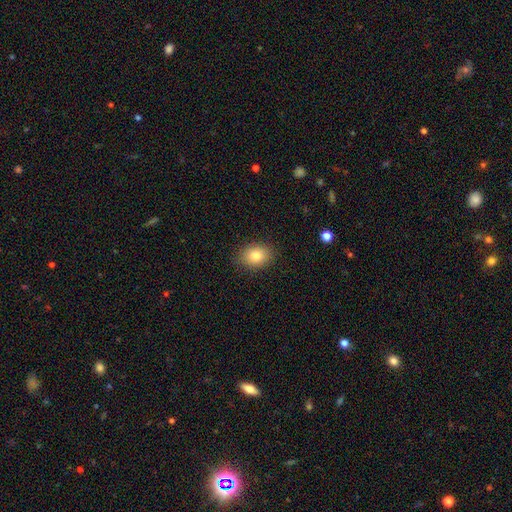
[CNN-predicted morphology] Smooth or featured? smooth (82%)
How rounded? in between (68%)
Merging? none (87%)